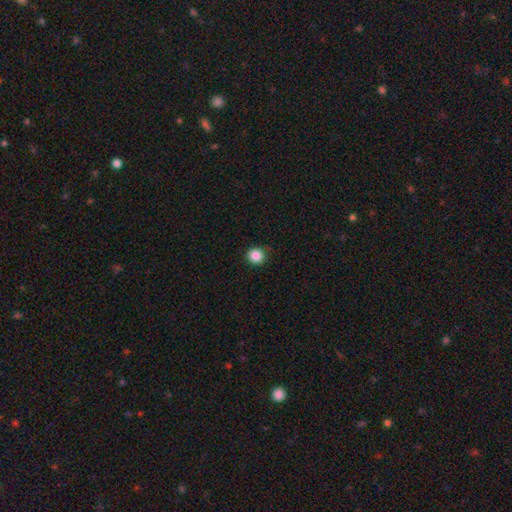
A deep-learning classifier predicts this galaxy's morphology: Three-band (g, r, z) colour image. It shows a smooth galaxy with no disk features (86%) that is round (92%). Merging: none (88%).